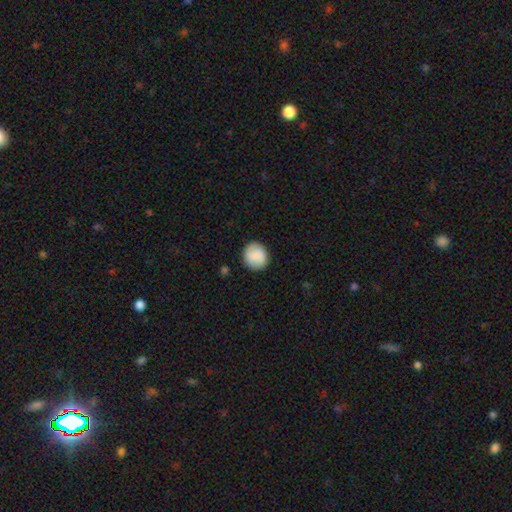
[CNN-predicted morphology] smooth-or-featured: smooth: 86% | featured or disk: 8% | star or artifact: 7%
  how-rounded: round: 87% | in between: 12% | cigar-shaped: 1%
  merging: none: 88% | minor disturbance: 8% | major disturbance: 2% | merger: 1%